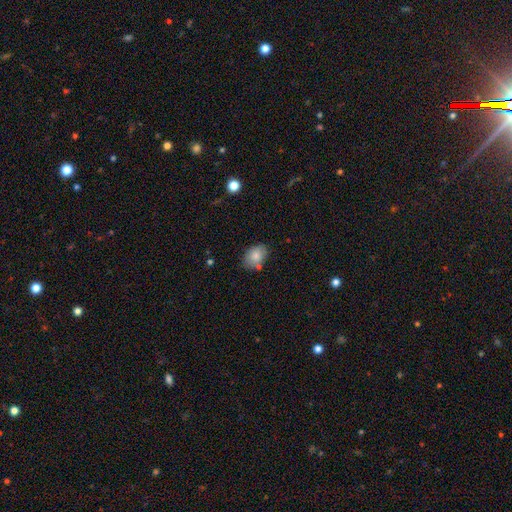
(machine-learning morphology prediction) A smooth galaxy with no disk features (81%) that is in between round and cigar-shaped (77%).

Vote fractions:
- Smooth or featured? smooth: 81% / featured or disk: 11% / star or artifact: 8%
- How rounded? in between: 77% / round: 22% / cigar-shaped: 1%
- Merging? none: 72% / minor disturbance: 18% / merger: 7% / major disturbance: 4%